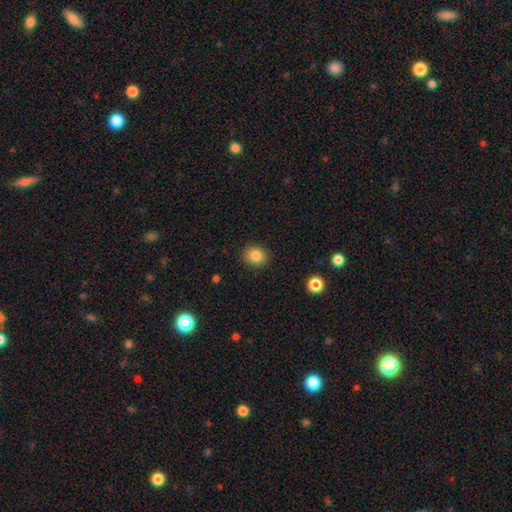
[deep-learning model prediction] Smooth or featured? Predicted: smooth (p=0.84). How rounded? Predicted: round (p=0.62). Merging? Predicted: none (p=0.89).